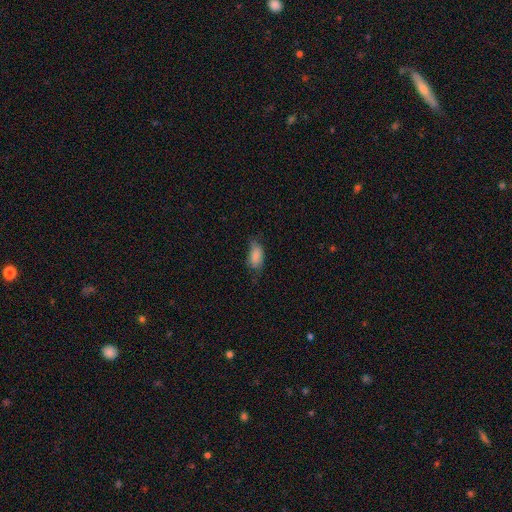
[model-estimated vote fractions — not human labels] A smooth galaxy with no disk features (80%) that is in between round and cigar-shaped (90%). Merging: none (48%).